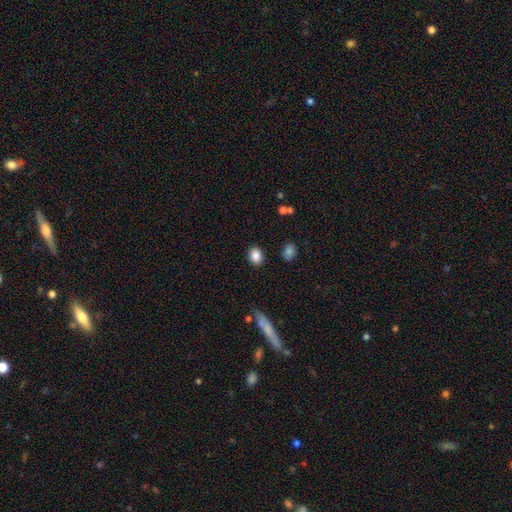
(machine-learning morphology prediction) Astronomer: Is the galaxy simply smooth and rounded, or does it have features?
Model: smooth — 87%.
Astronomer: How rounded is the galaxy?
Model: in between — 54% (runner-up: round, 45%).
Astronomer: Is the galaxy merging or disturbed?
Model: none — 87%.